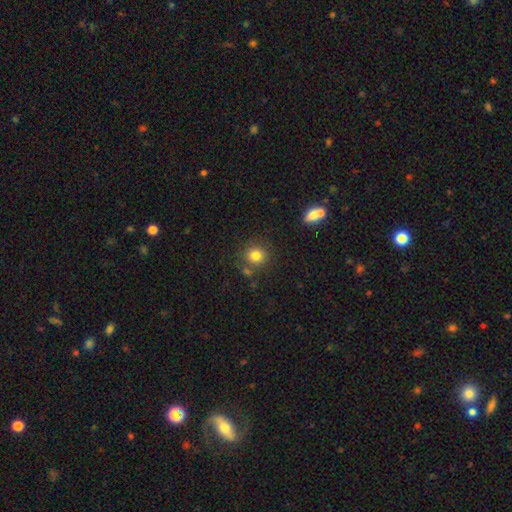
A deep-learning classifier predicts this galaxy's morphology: Smooth or featured: smooth — 81% (star or artifact — 12%)
How rounded: round — 88% (in between — 11%)
Merging: none — 77% (merger — 10%)